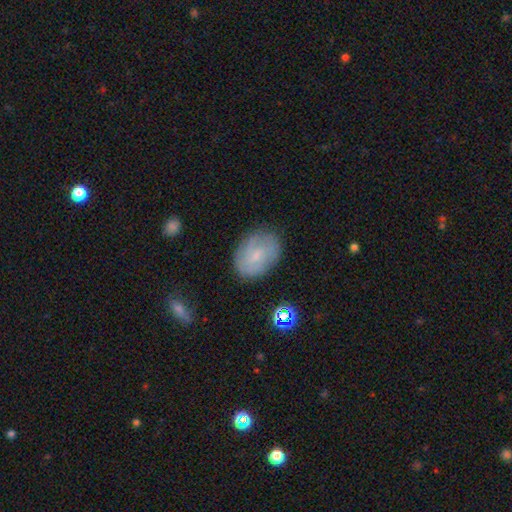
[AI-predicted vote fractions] This is possibly a smooth galaxy (50%). Merging: likely none (79%).